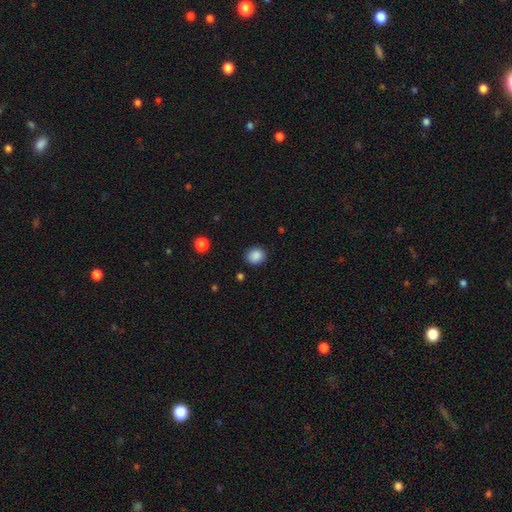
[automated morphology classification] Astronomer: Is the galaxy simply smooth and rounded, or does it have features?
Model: smooth — 88%.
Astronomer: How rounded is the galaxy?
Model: round — 73%.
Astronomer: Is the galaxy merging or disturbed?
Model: none — 88%.